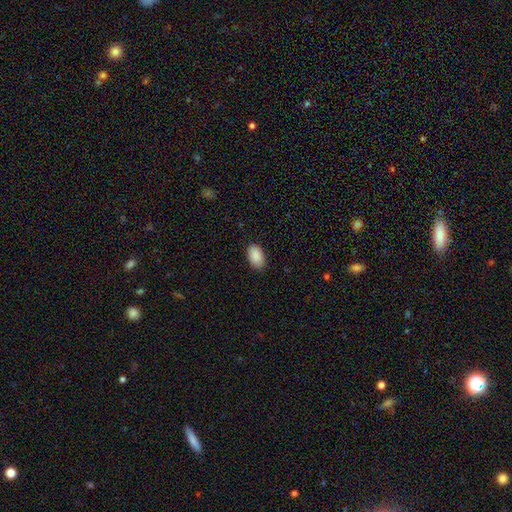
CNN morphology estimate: smooth-or-featured: smooth: 90% | star or artifact: 7% | featured or disk: 3%
  how-rounded: in between: 94% | round: 5% | cigar-shaped: 1%
  merging: none: 88% | minor disturbance: 9% | major disturbance: 2% | merger: 1%